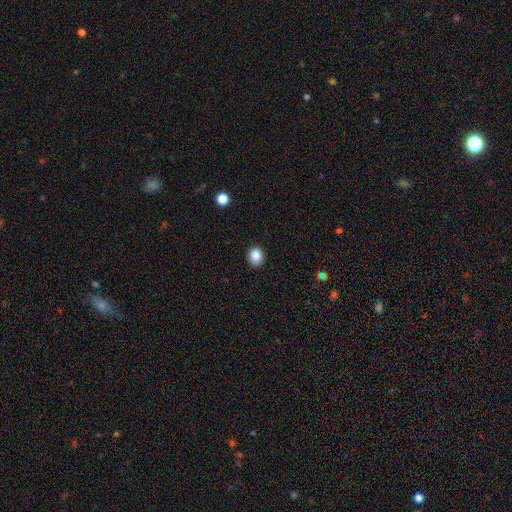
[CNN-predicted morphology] The model was most divided on "how rounded": round: 55%, in between: 44%, cigar-shaped: 1%. More confident: merging — none (88%); smooth or featured — smooth (85%).